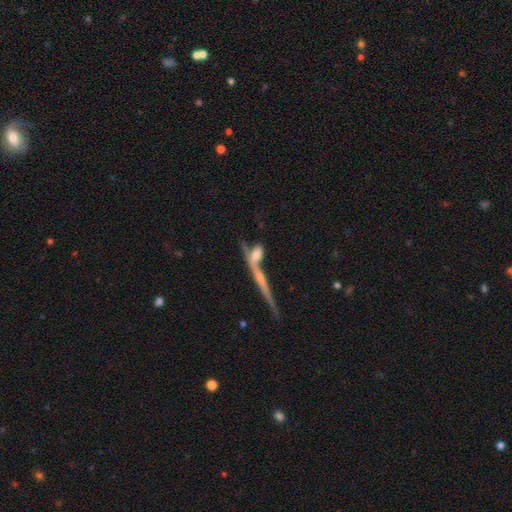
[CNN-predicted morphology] Overall: smooth (45%; featured or disk 44%). Merging: merger (53%; none 26%).